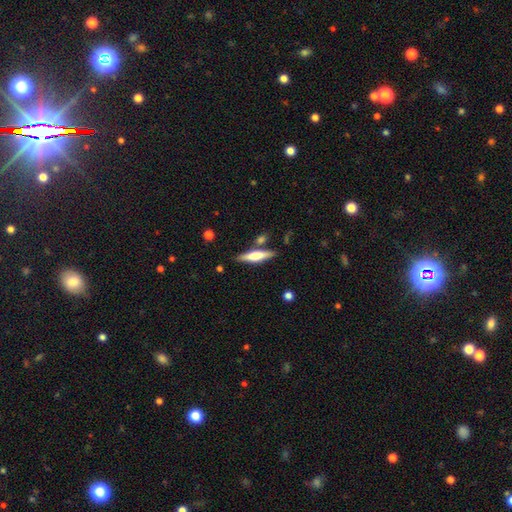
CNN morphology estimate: This appears to be a smooth galaxy with no disk features (48%). Merging: none (79%).